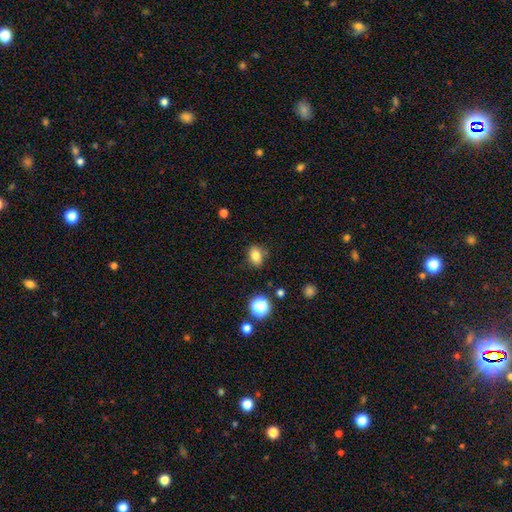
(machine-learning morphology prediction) Smooth or featured? Predicted: smooth (p=0.80). How rounded? Predicted: in between (p=0.70). Merging? Predicted: none (p=0.83).